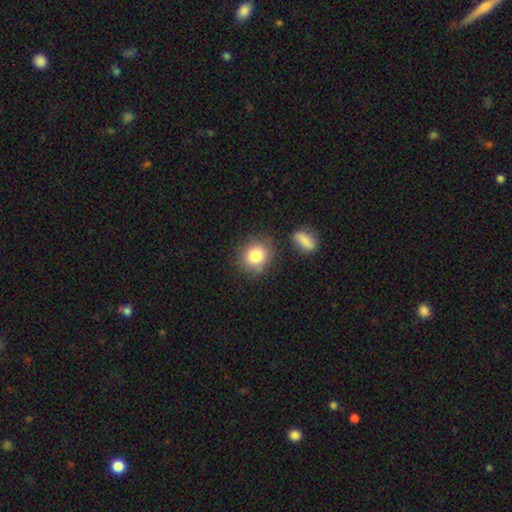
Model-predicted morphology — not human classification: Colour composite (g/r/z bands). It shows a smooth galaxy with no disk features (83%) that is round (74%). Merging: none (76%).